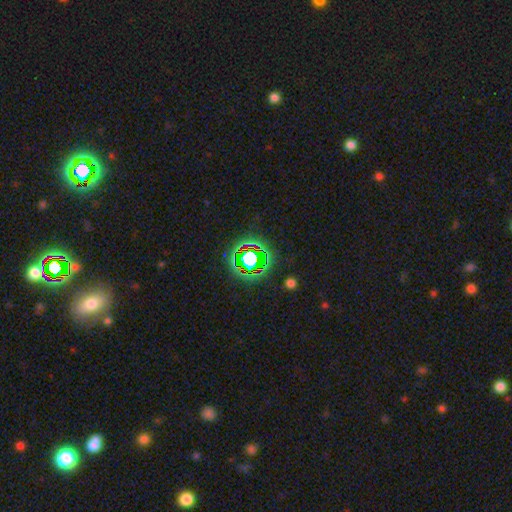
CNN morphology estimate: Q: Smooth or featured?
A: star or artifact (71%); runner-up: smooth (16%)